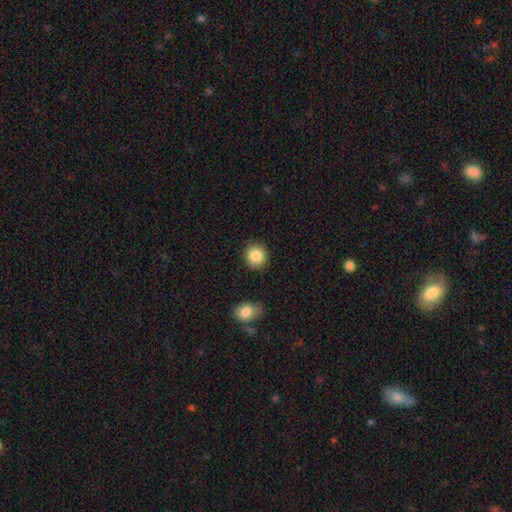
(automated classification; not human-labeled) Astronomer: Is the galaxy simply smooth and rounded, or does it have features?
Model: smooth — 86%.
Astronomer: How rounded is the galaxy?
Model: round — 88%.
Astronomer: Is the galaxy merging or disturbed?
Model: none — 88%.